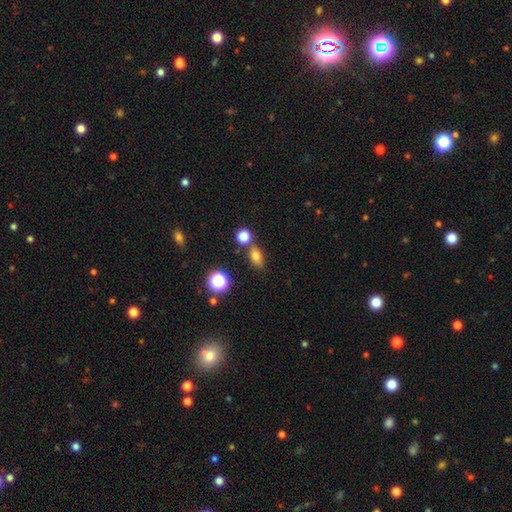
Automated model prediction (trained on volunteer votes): Q: Smooth or featured?
A: smooth (75%); runner-up: star or artifact (15%)
Q: How rounded?
A: in between (73%); runner-up: round (22%)
Q: Merging?
A: none (69%); runner-up: merger (16%)